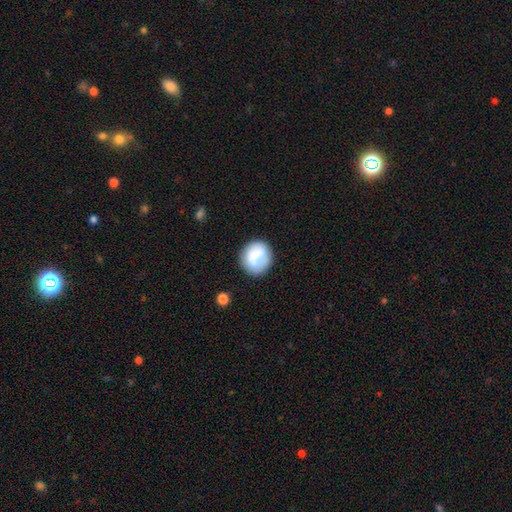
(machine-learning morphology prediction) Q: Smooth or featured?
A: smooth (75%); runner-up: featured or disk (18%)
Q: How rounded?
A: round (82%); runner-up: in between (17%)
Q: Merging?
A: none (70%); runner-up: minor disturbance (17%)